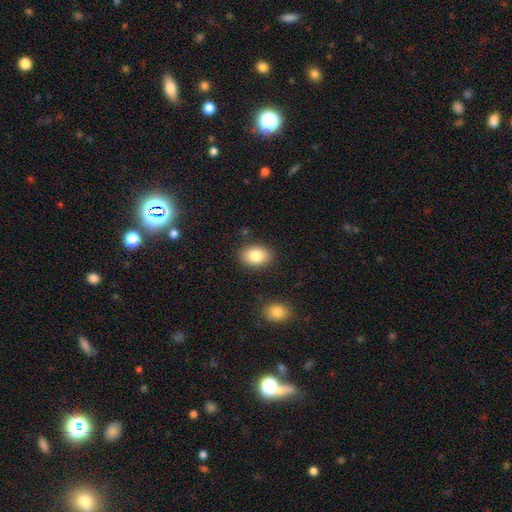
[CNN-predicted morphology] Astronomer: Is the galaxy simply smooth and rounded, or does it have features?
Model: smooth — 83%.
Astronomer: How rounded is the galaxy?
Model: in between — 82%.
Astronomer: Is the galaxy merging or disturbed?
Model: none — 86%.